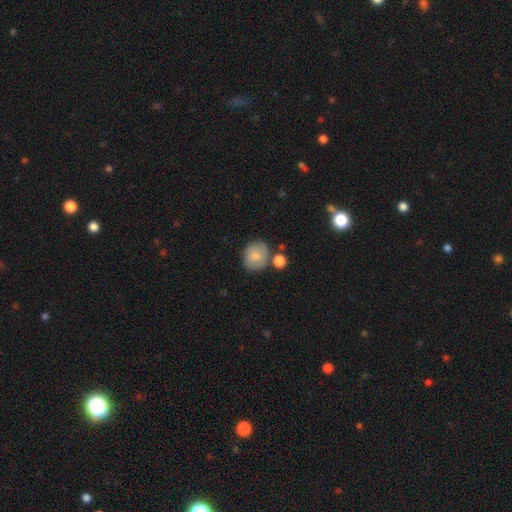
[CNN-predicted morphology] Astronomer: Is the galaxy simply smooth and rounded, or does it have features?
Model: smooth — 77%.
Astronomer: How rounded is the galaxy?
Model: round — 74%.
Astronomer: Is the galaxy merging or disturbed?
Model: none — 64%.